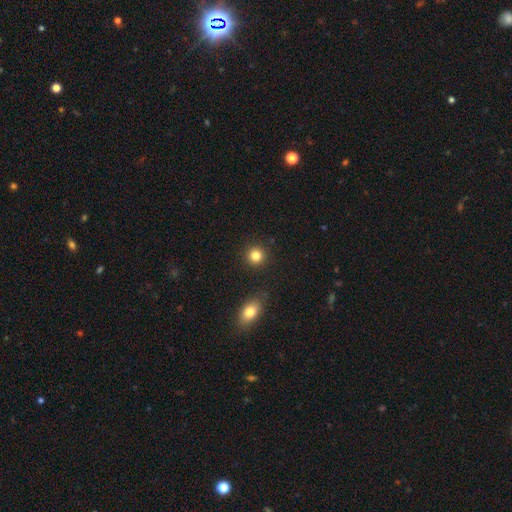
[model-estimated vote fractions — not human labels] A smooth galaxy with no disk features (83%) that is round (92%). Merging: none (89%).